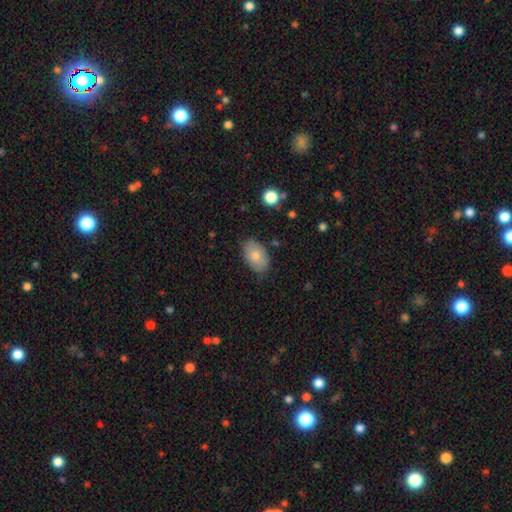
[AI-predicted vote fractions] This appears to be a smooth galaxy with no disk features (77%) that is in between round and cigar-shaped (91%). Merging: none (78%).